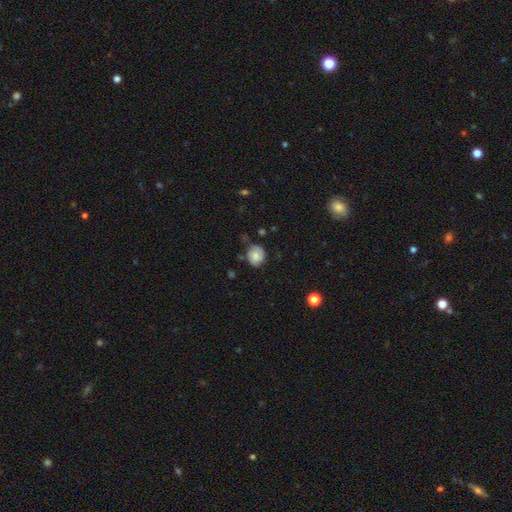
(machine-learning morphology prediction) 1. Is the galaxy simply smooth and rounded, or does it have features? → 62% smooth, 29% featured or disk, 9% star or artifact.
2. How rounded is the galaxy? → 69% round, 30% in between, 1% cigar-shaped.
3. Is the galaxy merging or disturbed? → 65% none, 25% minor disturbance, 6% major disturbance, 3% merger.